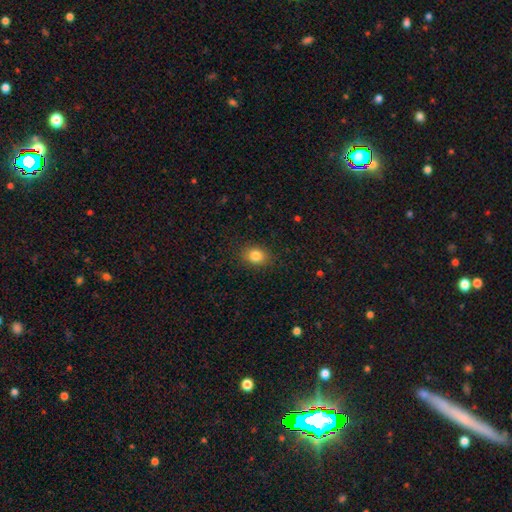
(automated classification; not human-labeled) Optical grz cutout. It shows a smooth galaxy with no disk features (84%) that is in between round and cigar-shaped (54%). Merging: none (88%).